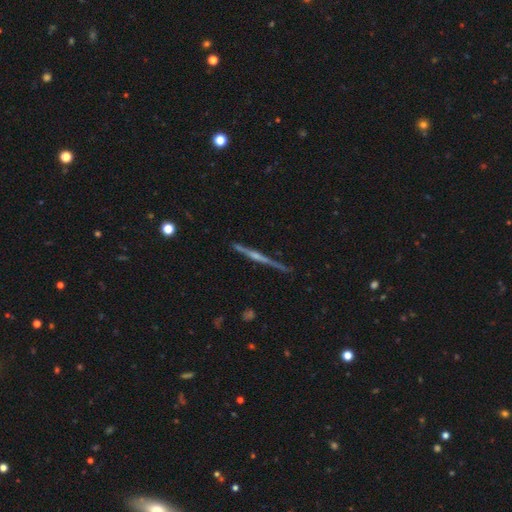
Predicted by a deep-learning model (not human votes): Q: Smooth or featured?
A: featured or disk (82%); runner-up: smooth (11%)
Q: Edge-on disk?
A: yes (98%); runner-up: no (2%)
Q: Edge-on bulge?
A: rounded (73%); runner-up: none (18%)
Q: Merging?
A: none (89%); runner-up: minor disturbance (8%)